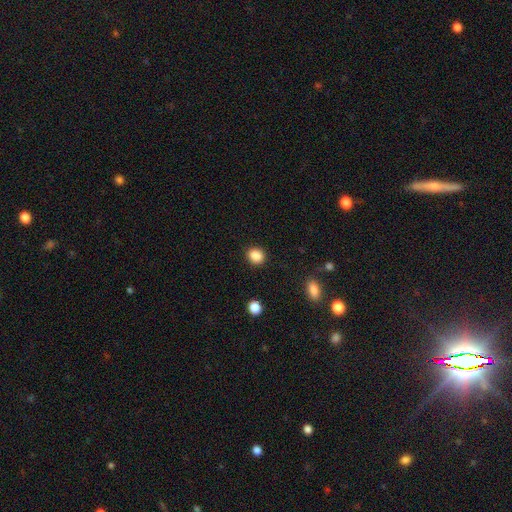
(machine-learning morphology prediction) Smooth or featured: smooth — 88% (star or artifact — 9%)
How rounded: round — 67% (in between — 32%)
Merging: none — 89% (minor disturbance — 8%)